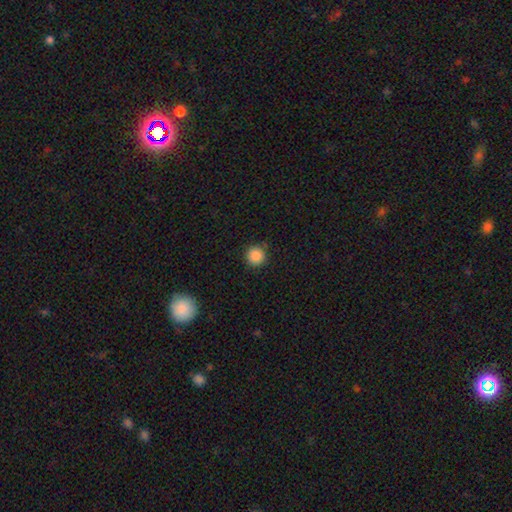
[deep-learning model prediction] Morphology: type=smooth (87%); roundness=round (95%); merging=none (86%).